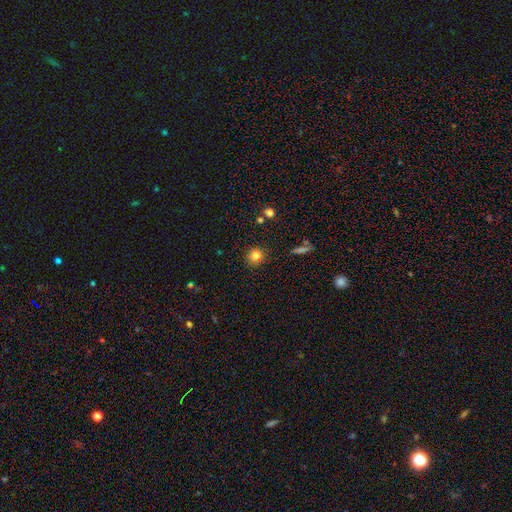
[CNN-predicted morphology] smooth 78%, star or artifact 15%, featured or disk 7%. Down the decision tree: how rounded — round (87%); merging — none (82%).